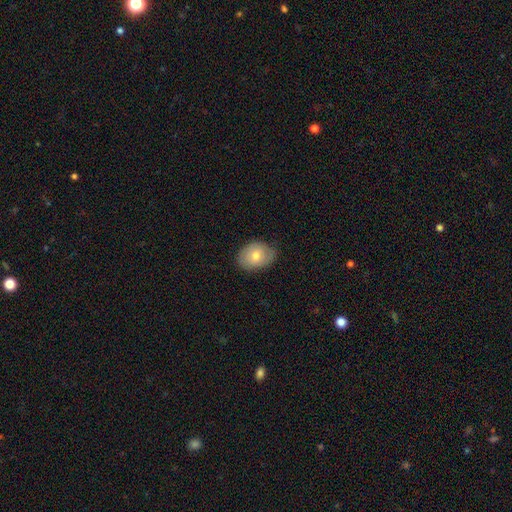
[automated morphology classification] This is likely a smooth galaxy (67%). How rounded: likely in between (69%). Merging: likely none (76%).